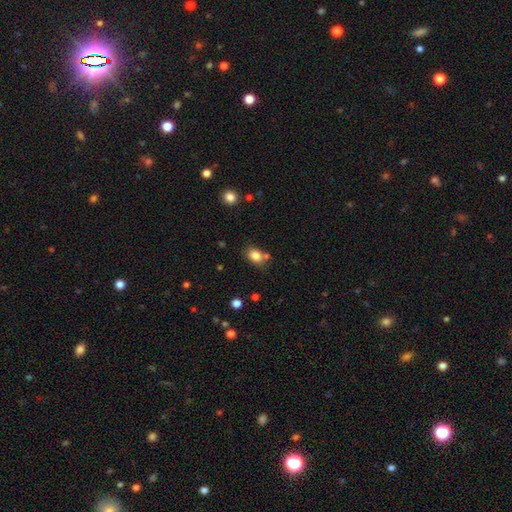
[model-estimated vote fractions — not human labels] Q: Smooth or featured?
A: smooth (82%); runner-up: star or artifact (11%)
Q: How rounded?
A: in between (68%); runner-up: round (30%)
Q: Merging?
A: none (67%); runner-up: minor disturbance (15%)